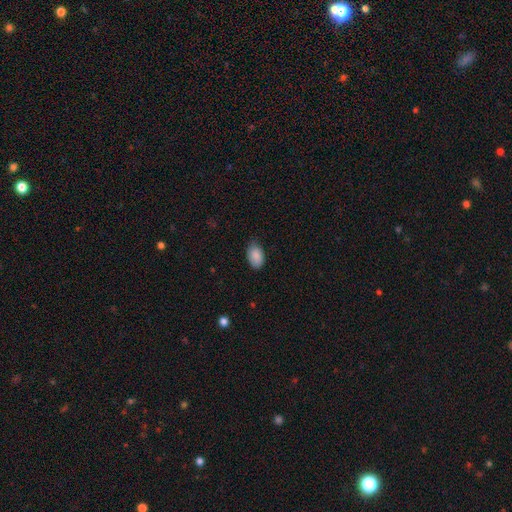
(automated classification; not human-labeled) Q: Smooth or featured?
A: smooth (88%); runner-up: star or artifact (7%)
Q: How rounded?
A: in between (92%); runner-up: round (7%)
Q: Merging?
A: none (72%); runner-up: minor disturbance (24%)